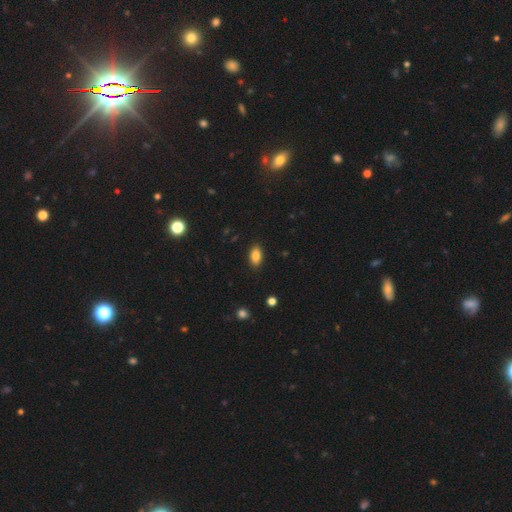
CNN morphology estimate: smooth 85%, star or artifact 9%, featured or disk 6%. Down the decision tree: how rounded — in between (91%); merging — none (88%).